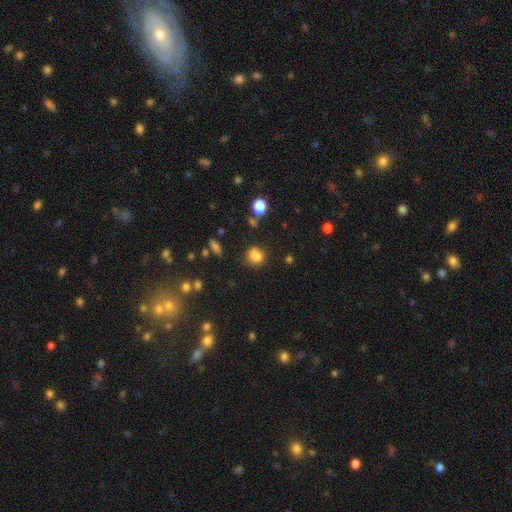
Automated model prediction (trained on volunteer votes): Overall: smooth (81%). How rounded: round (71%). Merging: none (68%).